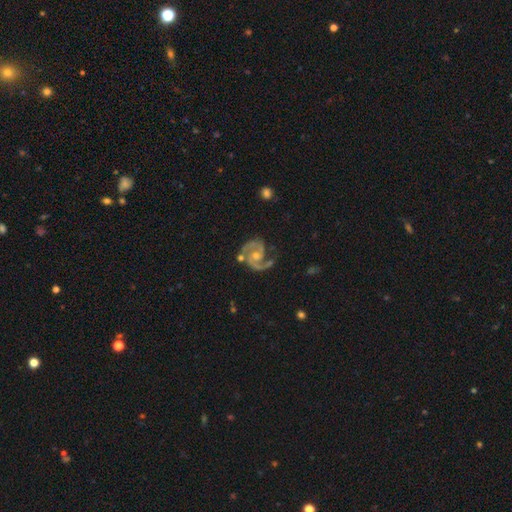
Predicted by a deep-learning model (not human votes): Morphology: type=featured or disk (92%); edge-on=no (98%); bar=no (59%); spiral arms=yes (98%); winding=medium (59%); arm count=2 (91%); bulge=moderate (51%); merging=none (71%).